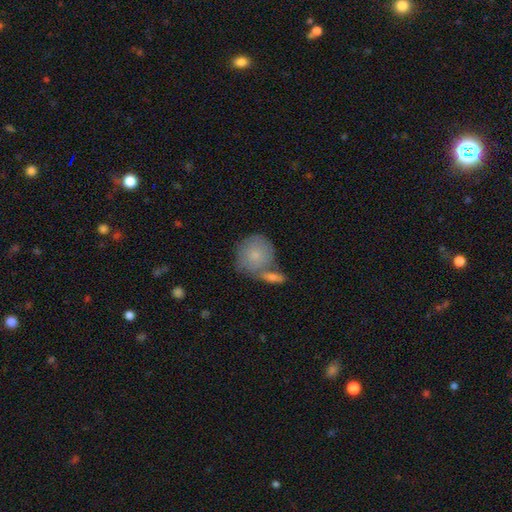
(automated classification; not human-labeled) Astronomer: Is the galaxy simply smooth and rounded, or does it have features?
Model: smooth — 74%.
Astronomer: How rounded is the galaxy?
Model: round — 87%.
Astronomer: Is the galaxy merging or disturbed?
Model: none — 48% (runner-up: merger, 32%).